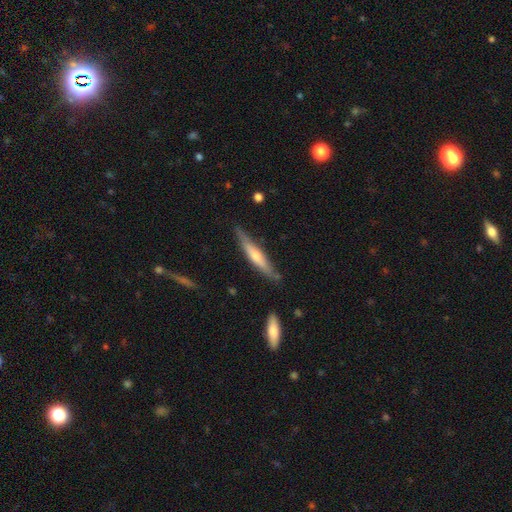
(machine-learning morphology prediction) This appears to be a featured or disk galaxy (57%) viewed edge-on (92%) with a rounded central bulge (76%). Merging: none (81%).